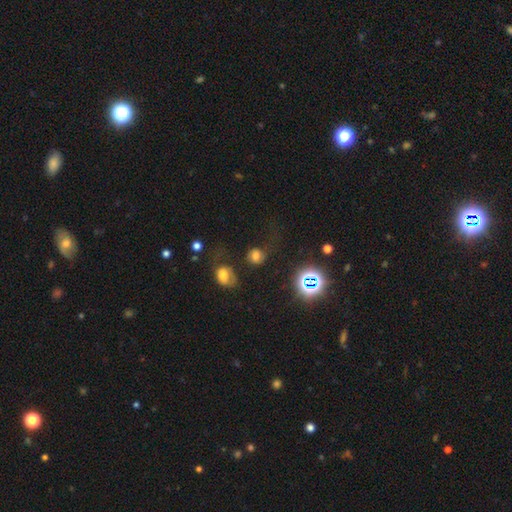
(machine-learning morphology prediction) Smooth or featured? Predicted: smooth (p=0.63). How rounded? Predicted: round (p=0.74). Merging? Predicted: none (p=0.54).